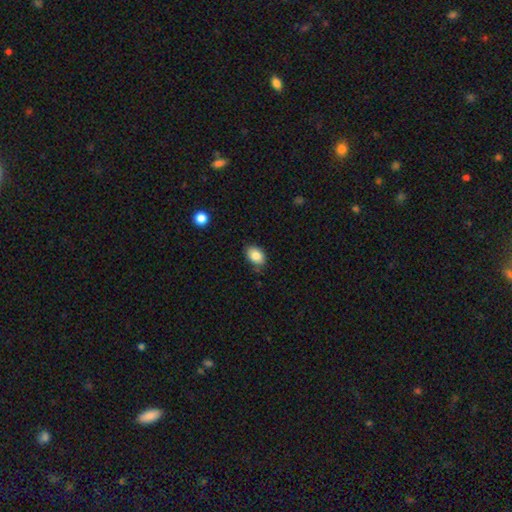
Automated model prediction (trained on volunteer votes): The model was most divided on "merging": none: 78%, minor disturbance: 17%, major disturbance: 3%, merger: 2%. More confident: smooth or featured — smooth (85%); how rounded — in between (83%).